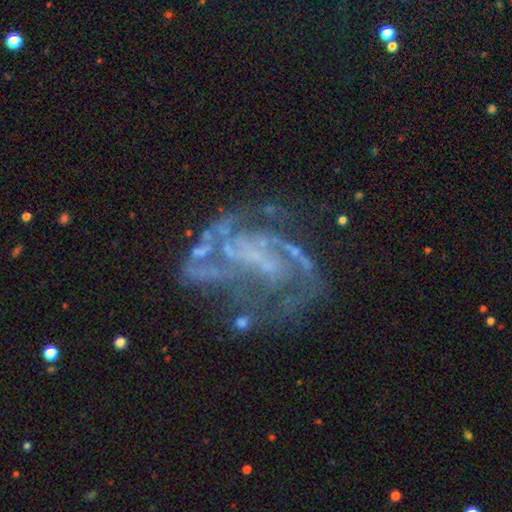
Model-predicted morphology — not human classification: A featured or disk galaxy (83%) with no bar (51%), 2 (28%) medium (44%) spiral arms (84%) and no central bulge (66%).

Vote fractions:
- Smooth or featured? featured or disk: 83% / star or artifact: 11% / smooth: 6%
- Edge-on disk? no: 98% / yes: 2%
- Bar? no: 51% / weak: 31% / strong: 18%
- Spiral arms? yes: 84% / no: 16%
- Spiral winding? medium: 44% / tight: 29% / loose: 27%
- Spiral arm count? 2: 28% / can't tell: 25% / 3: 24% / 4: 9% / 1: 7% / more than 4: 6%
- Bulge size? none: 66% / small: 23% / moderate: 8% / large: 2% / dominant: 1%
- Merging? none: 46% / major disturbance: 31% / minor disturbance: 18% / merger: 5%